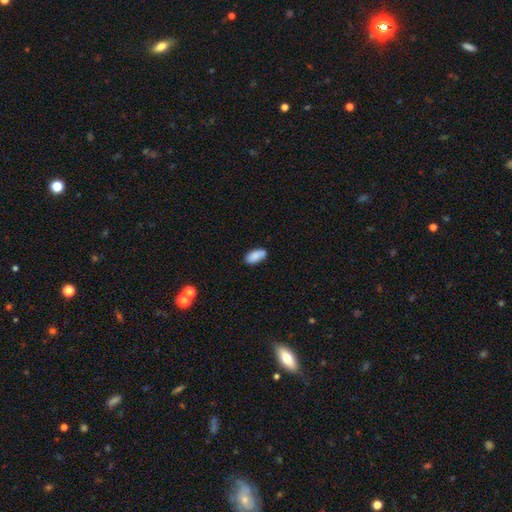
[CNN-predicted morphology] Smooth or featured? Predicted: smooth (p=0.87). How rounded? Predicted: in between (p=0.90). Merging? Predicted: none (p=0.82).